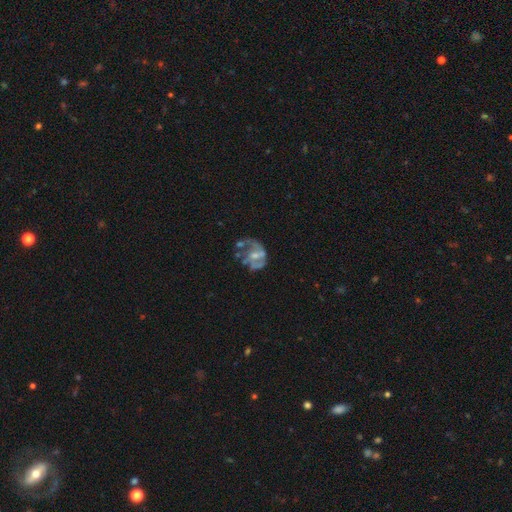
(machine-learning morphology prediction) A featured or disk galaxy (75%) with no bar (44%), 2 (41%) medium (43%) spiral arms (70%) and a small central bulge (42%).

Vote fractions:
- Smooth or featured? featured or disk: 75% / smooth: 16% / star or artifact: 9%
- Edge-on disk? no: 98% / yes: 2%
- Bar? no: 44% / weak: 43% / strong: 13%
- Spiral arms? yes: 70% / no: 30%
- Spiral winding? medium: 43% / loose: 37% / tight: 20%
- Spiral arm count? 2: 41% / can't tell: 23% / 1: 16% / 3: 14% / 4: 3% / more than 4: 3%
- Bulge size? small: 42% / moderate: 38% / none: 16% / large: 3% / dominant: 1%
- Merging? none: 36% / major disturbance: 33% / minor disturbance: 20% / merger: 10%